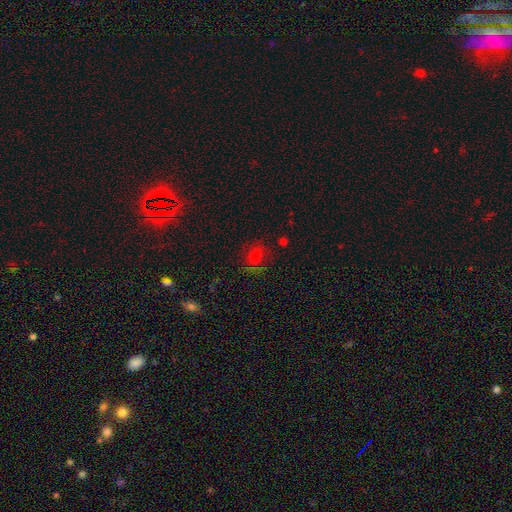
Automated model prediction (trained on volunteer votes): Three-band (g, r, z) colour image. It shows a smooth galaxy with no disk features (62%) that is round (71%). Merging: none (74%).